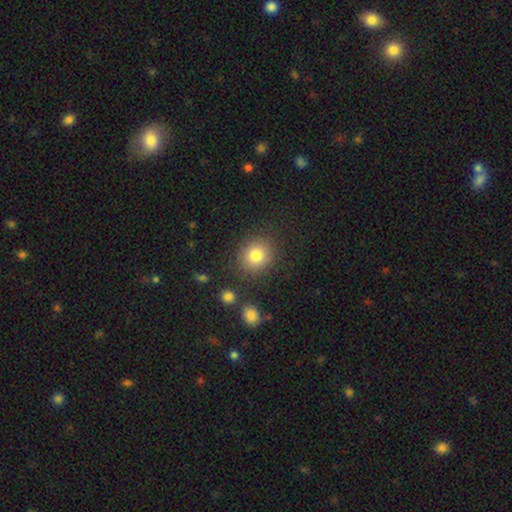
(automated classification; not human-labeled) Morphology: type=smooth (82%); roundness=round (82%); merging=none (85%).